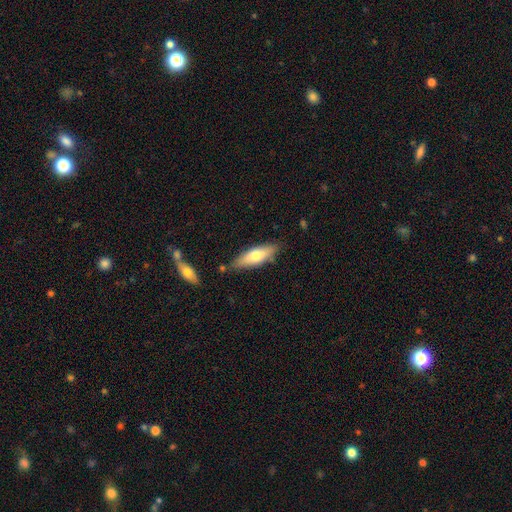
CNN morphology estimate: smooth_or_featured: smooth (p=0.62) [alt: featured or disk p=0.32]
how_rounded: cigar-shaped (p=0.52) [alt: in between p=0.46]
merging: none (p=0.78) [alt: minor disturbance p=0.15]